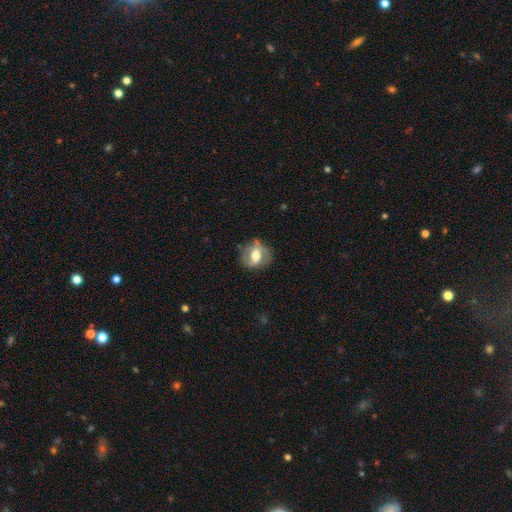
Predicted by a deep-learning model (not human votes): Smooth or featured: featured or disk — 57% (smooth — 36%)
Edge-on disk: no — 93% (yes — 7%)
Bar: weak — 38% (strong — 34%)
Spiral arms: yes — 67% (no — 33%)
Bulge size: moderate — 58% (large — 26%)
Merging: none — 67% (minor disturbance — 21%)